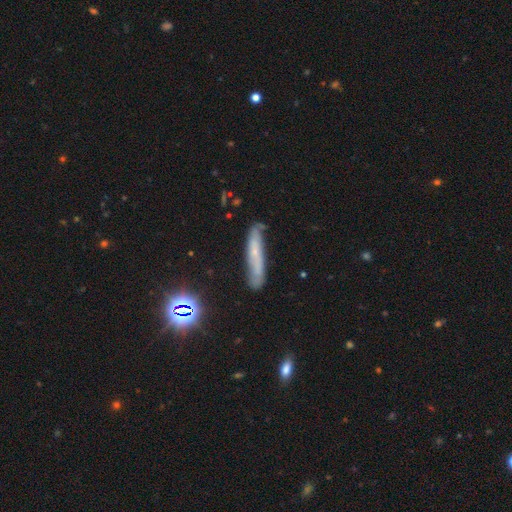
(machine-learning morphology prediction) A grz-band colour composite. It shows a featured or disk galaxy (49%). Merging: none (67%).